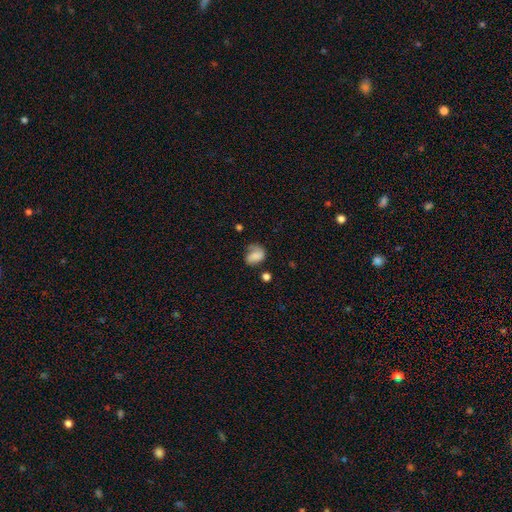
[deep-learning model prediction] smooth_or_featured: smooth (p=0.58) [alt: featured or disk p=0.32]
how_rounded: in between (p=0.59) [alt: round p=0.40]
merging: none (p=0.40) [alt: minor disturbance p=0.30]